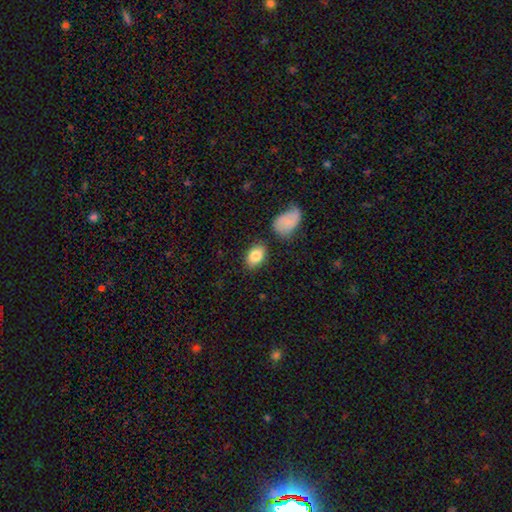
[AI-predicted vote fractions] This is clearly a smooth galaxy (83%). How rounded: clearly in between (86%). Merging: likely none (78%).